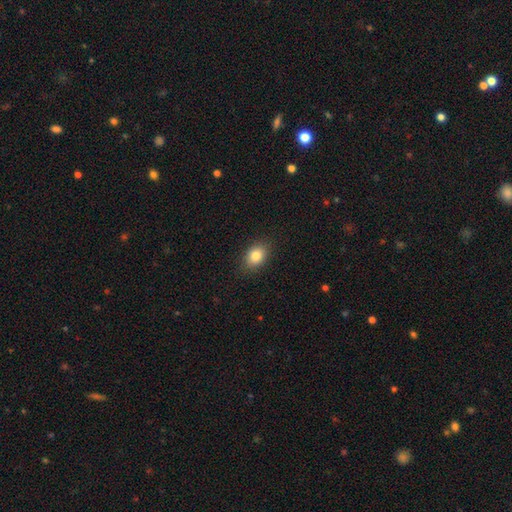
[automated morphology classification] type=smooth (83%); roundness=in between (70%); merging=none (87%).